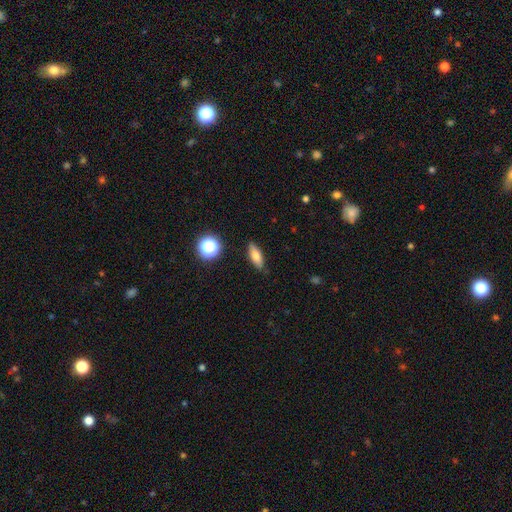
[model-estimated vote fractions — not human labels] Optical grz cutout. It shows a smooth galaxy with no disk features (71%) that is in between round and cigar-shaped (62%). Merging: none (85%).